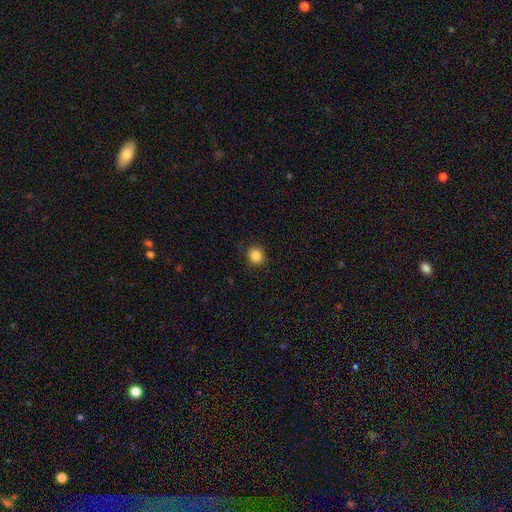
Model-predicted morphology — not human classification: This is clearly a smooth galaxy (86%). How rounded: clearly round (89%). Merging: clearly none (89%).